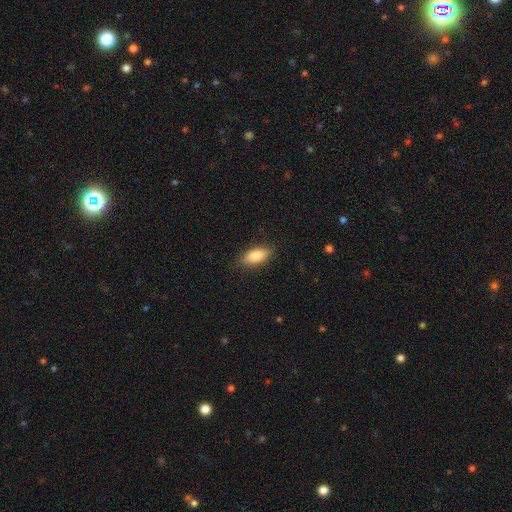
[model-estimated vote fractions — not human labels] smooth 84%, featured or disk 9%, star or artifact 7%. Down the decision tree: how rounded — in between (85%); merging — none (85%).